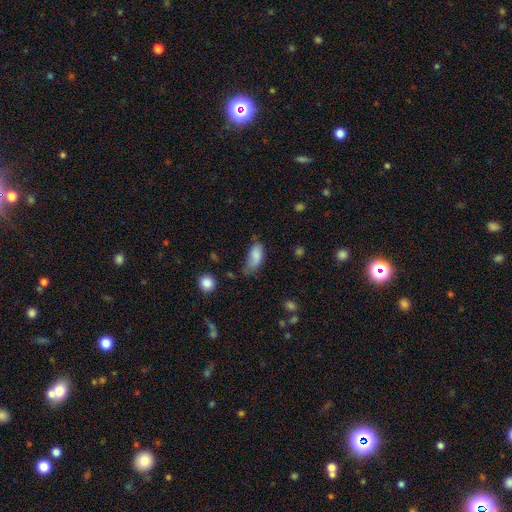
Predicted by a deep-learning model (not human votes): The model was most divided on "merging": minor disturbance: 40%, none: 37%, major disturbance: 18%, merger: 4%. More confident: how rounded — in between (88%); smooth or featured — smooth (81%).